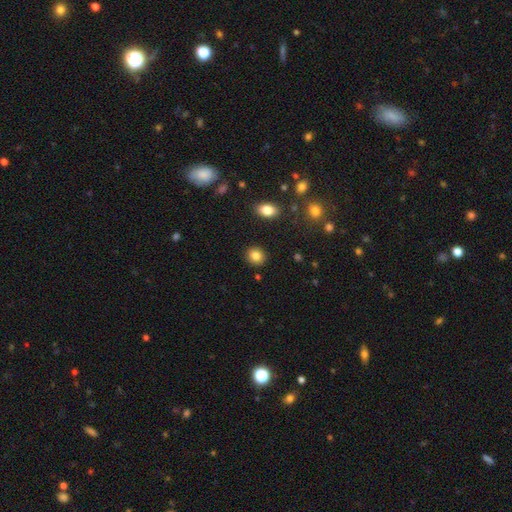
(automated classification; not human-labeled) smooth-or-featured: smooth: 85% | star or artifact: 9% | featured or disk: 6%
  how-rounded: round: 79% | in between: 20% | cigar-shaped: 1%
  merging: none: 90% | minor disturbance: 6% | major disturbance: 2% | merger: 2%